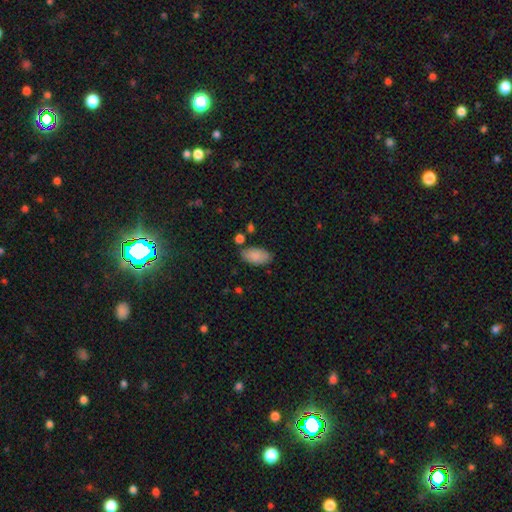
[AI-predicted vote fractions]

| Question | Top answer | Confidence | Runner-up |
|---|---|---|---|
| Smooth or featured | smooth | 88% | star or artifact (6%) |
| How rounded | in between | 94% | cigar-shaped (3%) |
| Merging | none | 78% | minor disturbance (15%) |